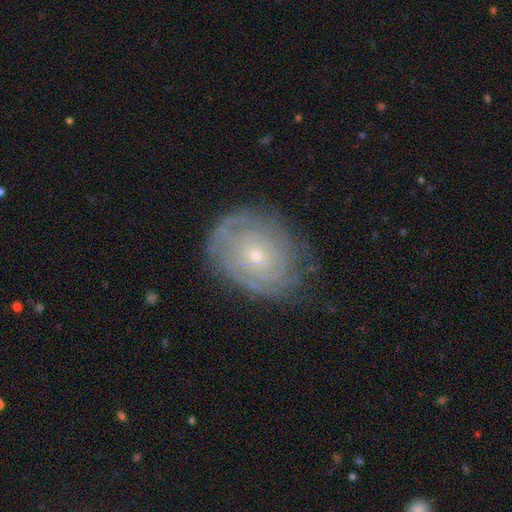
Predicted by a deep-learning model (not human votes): A featured or disk galaxy (75%) with no bar (85%), tight (82%) spiral arms (87%) and a small central bulge (79%). Merging: none (75%).